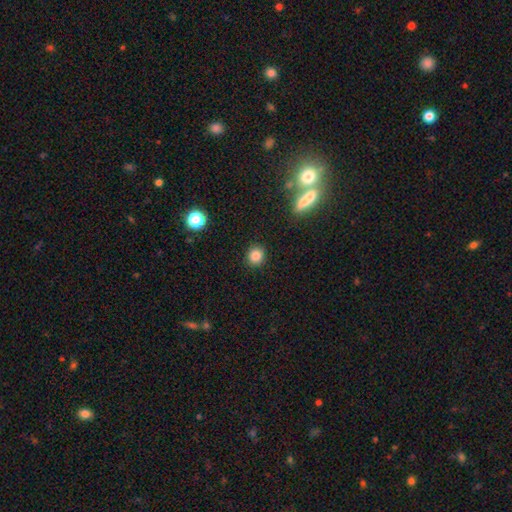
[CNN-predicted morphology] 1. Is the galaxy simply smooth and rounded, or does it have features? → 84% smooth, 11% star or artifact, 5% featured or disk.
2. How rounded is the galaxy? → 86% round, 13% in between, 1% cigar-shaped.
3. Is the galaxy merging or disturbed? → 90% none, 6% minor disturbance, 2% major disturbance, 2% merger.